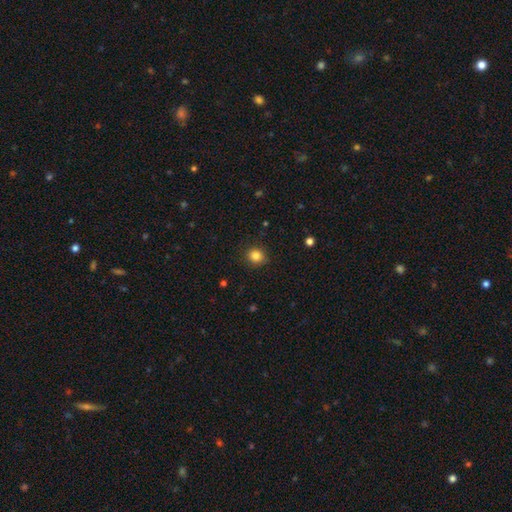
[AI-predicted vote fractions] Morphology: type=smooth (85%); roundness=round (80%); merging=none (87%).